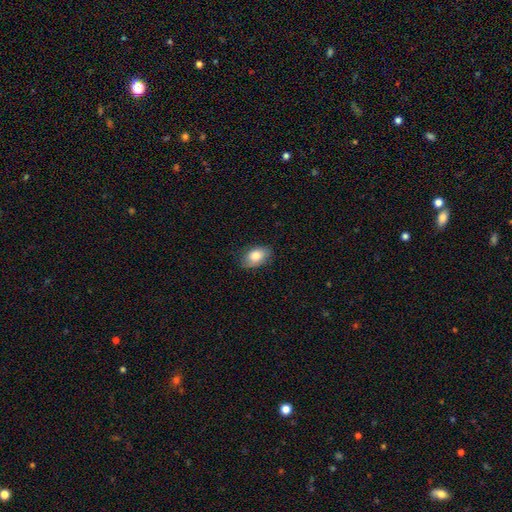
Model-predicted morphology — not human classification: smooth 80%, featured or disk 13%, star or artifact 7%. Down the decision tree: how rounded — in between (89%); merging — none (78%).